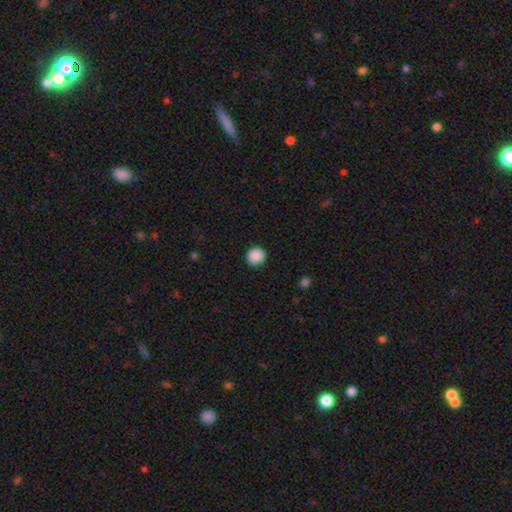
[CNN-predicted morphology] The model was most divided on "smooth or featured": smooth: 89%, star or artifact: 9%, featured or disk: 2%. More confident: how rounded — round (93%); merging — none (90%).